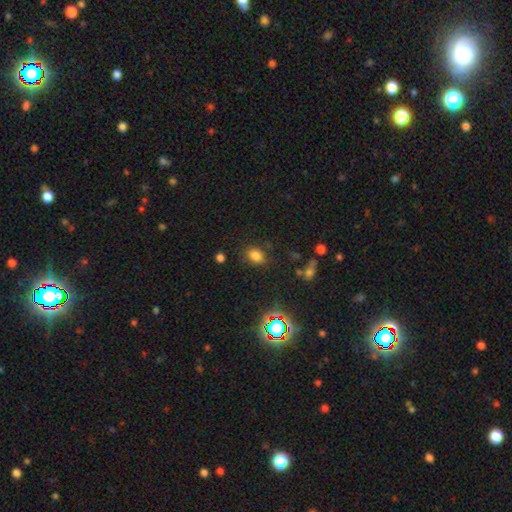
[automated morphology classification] smooth-or-featured: smooth: 76% | star or artifact: 18% | featured or disk: 7%
  how-rounded: in between: 57% | round: 41% | cigar-shaped: 1%
  merging: none: 77% | minor disturbance: 14% | major disturbance: 5% | merger: 3%